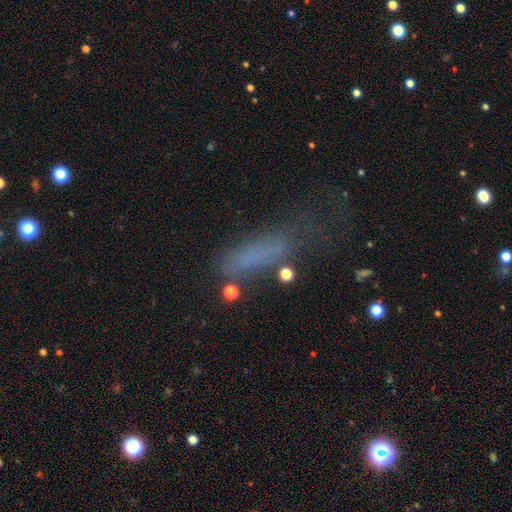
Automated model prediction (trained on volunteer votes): smooth 62%, star or artifact 21%, featured or disk 17%. Down the decision tree: how rounded — cigar-shaped (60%); merging — none (45%).